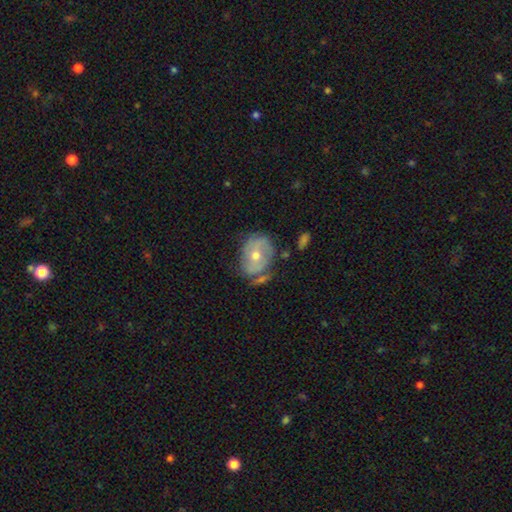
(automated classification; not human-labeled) Smooth or featured? featured or disk (61%)
Edge-on disk? no (96%)
Bar? no (71%)
Spiral arms? yes (65%)
Bulge size? moderate (66%)
Merging? none (54%)